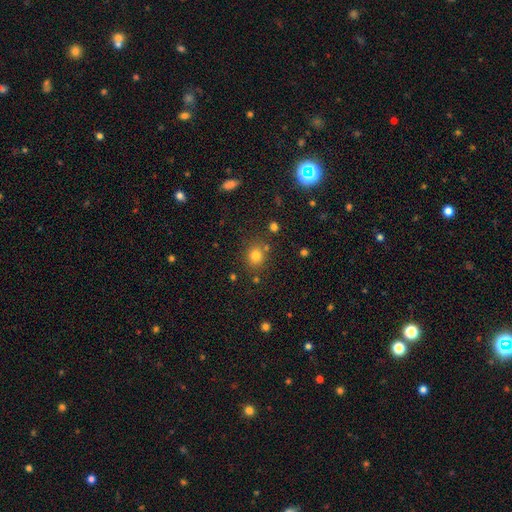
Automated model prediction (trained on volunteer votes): A smooth galaxy with no disk features (78%) that is round (80%). Merging: none (79%).